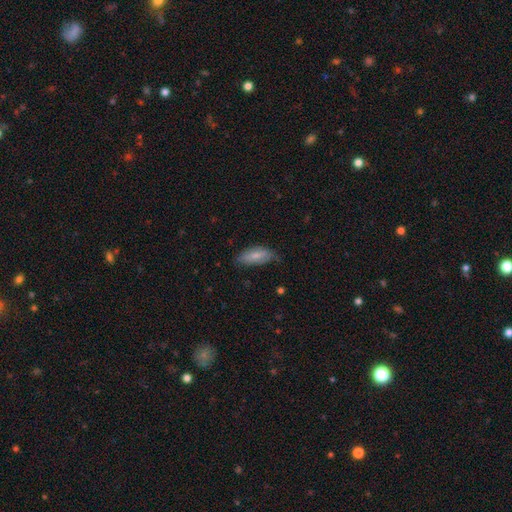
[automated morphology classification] A smooth galaxy with no disk features (69%) that is in between round and cigar-shaped (84%). Merging: none (66%).